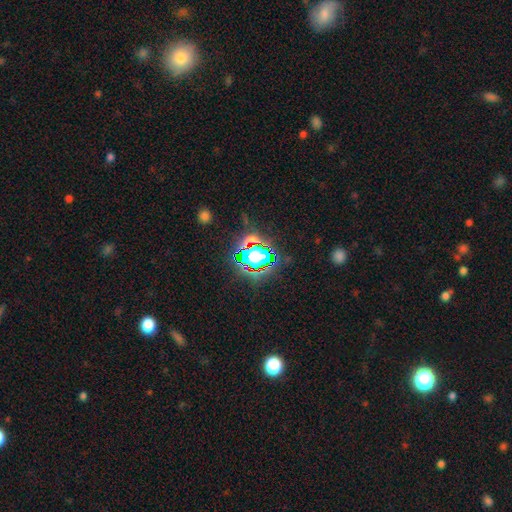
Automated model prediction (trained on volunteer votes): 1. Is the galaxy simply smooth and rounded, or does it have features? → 66% star or artifact, 21% smooth, 13% featured or disk.